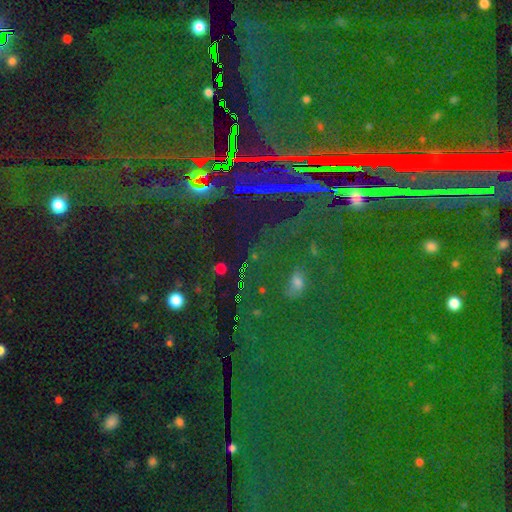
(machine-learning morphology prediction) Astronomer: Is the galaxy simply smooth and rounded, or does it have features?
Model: star or artifact — 86%.